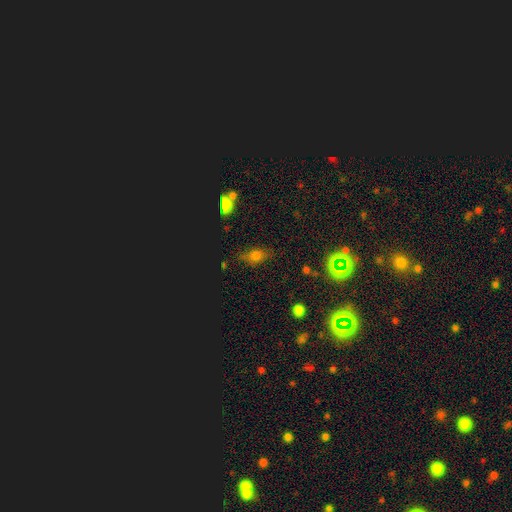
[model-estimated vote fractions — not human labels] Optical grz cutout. It shows a smooth galaxy with no disk features (64%) that is in between round and cigar-shaped (72%). Merging: none (73%).